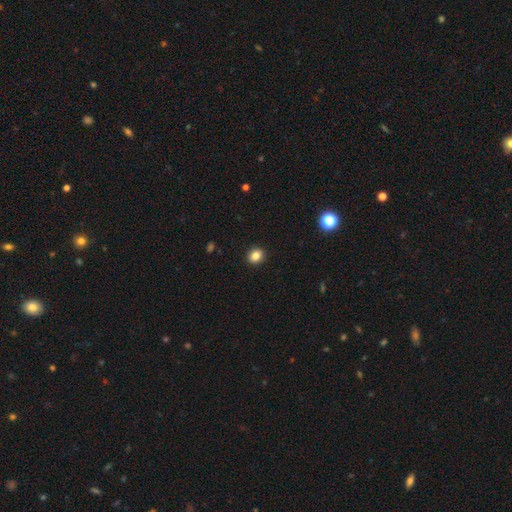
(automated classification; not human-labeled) Smooth or featured?
  - smooth: 84% *
  - star or artifact: 11%
  - featured or disk: 5%
How rounded?
  - round: 68% *
  - in between: 31%
  - cigar-shaped: 1%
Merging?
  - none: 92% *
  - minor disturbance: 6%
  - major disturbance: 2%
  - merger: 1%